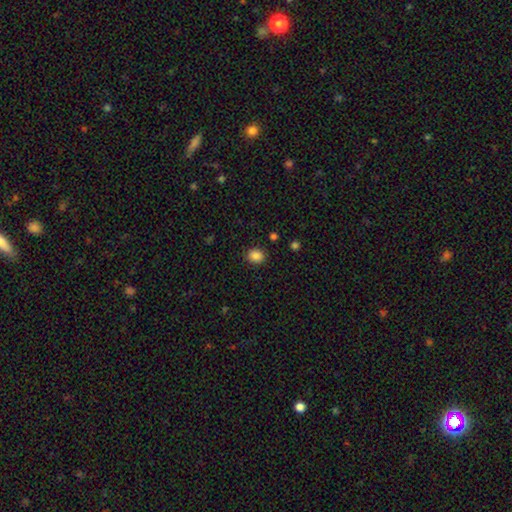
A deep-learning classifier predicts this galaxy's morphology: Overall: smooth (85%). How rounded: round (63%; in between 36%). Merging: none (87%).